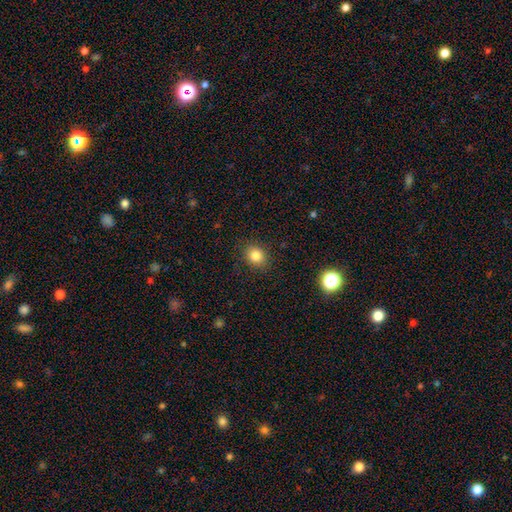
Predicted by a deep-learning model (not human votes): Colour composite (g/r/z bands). It shows a smooth galaxy with no disk features (83%) that is round (69%). Merging: none (88%).